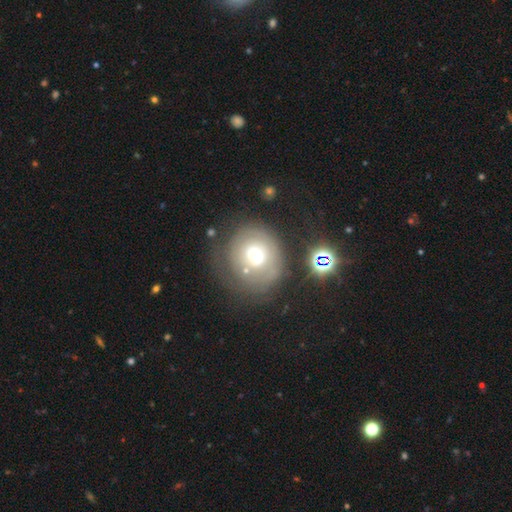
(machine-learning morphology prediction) Q: Smooth or featured?
A: featured or disk (46%); runner-up: smooth (41%)
Q: Merging?
A: none (57%); runner-up: minor disturbance (21%)